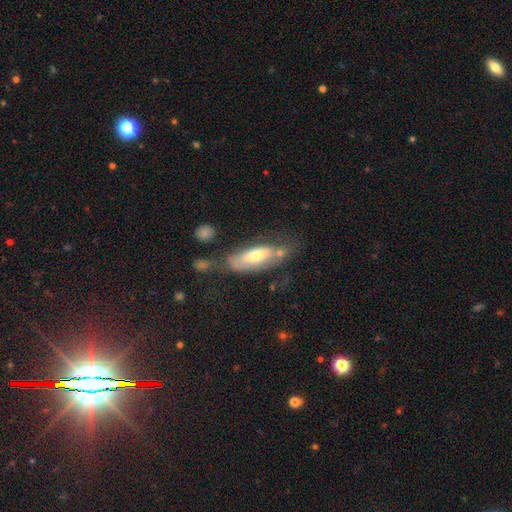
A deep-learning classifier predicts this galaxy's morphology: The model was most divided on "smooth or featured": smooth: 51%, featured or disk: 42%, star or artifact: 8%. Remaining: how rounded — in between (67%); merging — none (42%).